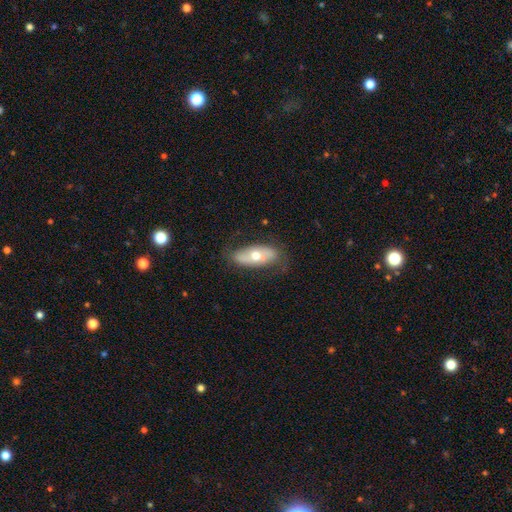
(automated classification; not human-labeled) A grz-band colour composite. It shows a featured or disk galaxy (48%). Merging: none (71%).